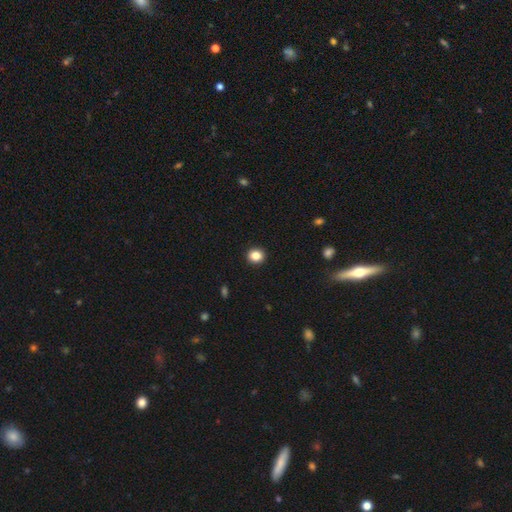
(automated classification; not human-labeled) This appears to be a smooth galaxy with no disk features (85%) that is round (85%). Merging: none (93%).